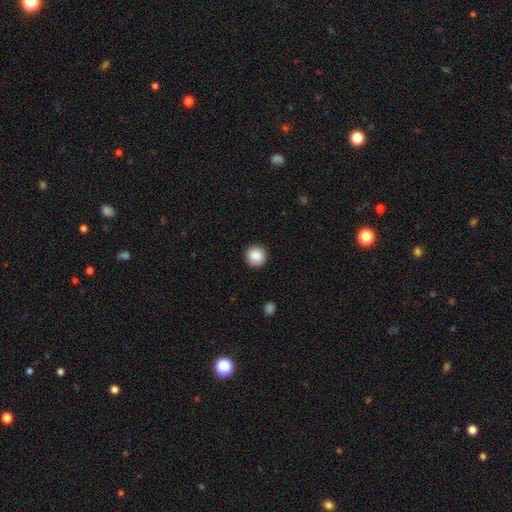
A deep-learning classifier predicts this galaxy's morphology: Smooth or featured?
  - smooth: 89% *
  - star or artifact: 8%
  - featured or disk: 3%
How rounded?
  - round: 96% *
  - in between: 3%
  - cigar-shaped: 1%
Merging?
  - none: 93% *
  - minor disturbance: 5%
  - major disturbance: 2%
  - merger: 1%